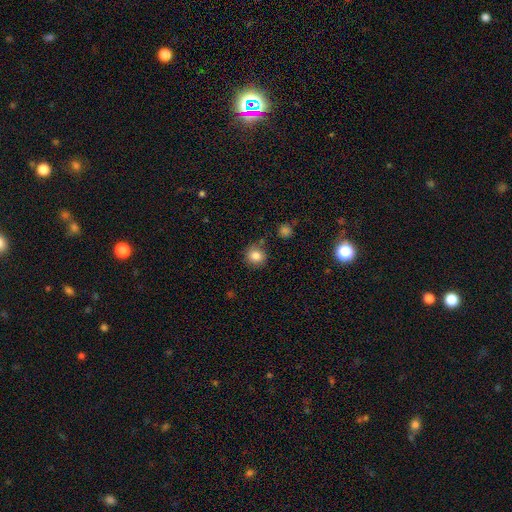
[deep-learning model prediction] Smooth or featured? smooth (83%)
How rounded? round (89%)
Merging? none (81%)